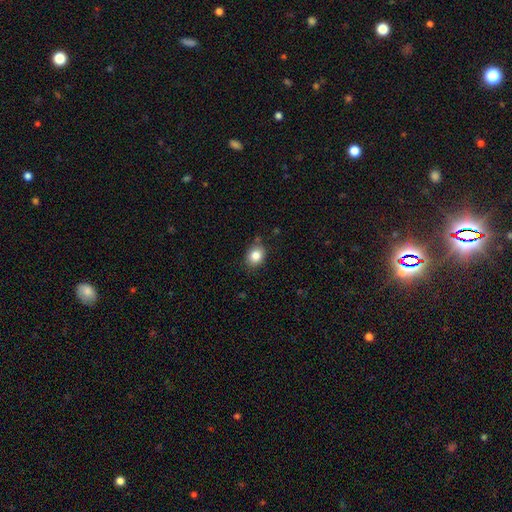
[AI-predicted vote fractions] Smooth or featured? smooth (83%)
How rounded? in between (50%)
Merging? none (78%)